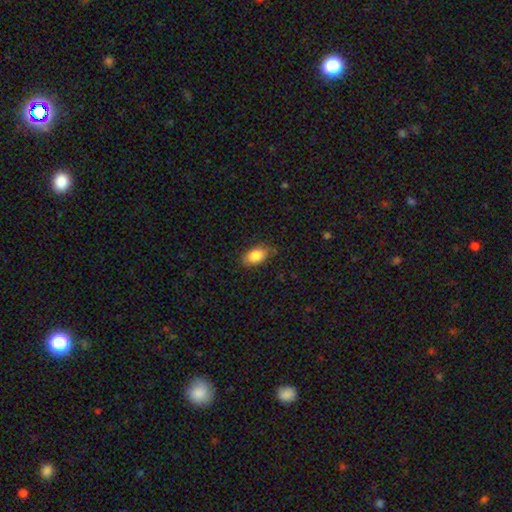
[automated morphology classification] This is clearly a smooth galaxy (85%). How rounded: clearly in between (90%). Merging: likely none (77%).